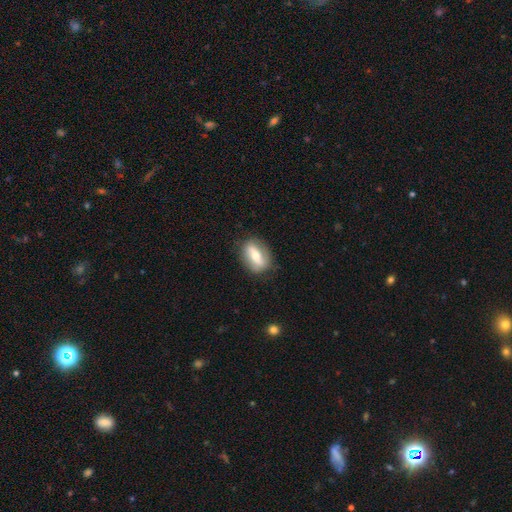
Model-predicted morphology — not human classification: featured or disk 51%, smooth 42%, star or artifact 7%. Down the decision tree: edge-on disk — no (82%); merging — none (81%).